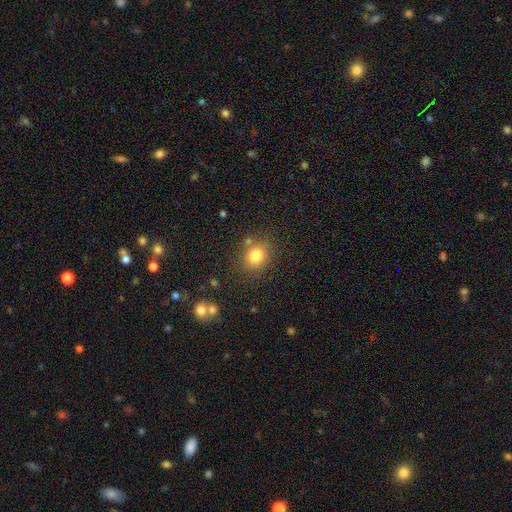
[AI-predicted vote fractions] smooth_or_featured: smooth (p=0.81) [alt: star or artifact p=0.12]
how_rounded: round (p=0.65) [alt: in between p=0.34]
merging: none (p=0.76) [alt: minor disturbance p=0.13]